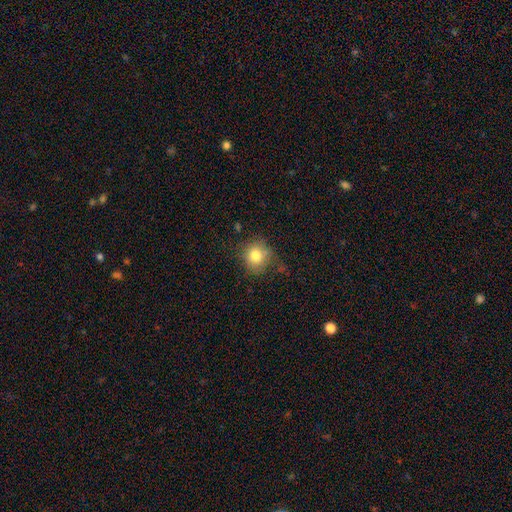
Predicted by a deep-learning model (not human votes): Q: Smooth or featured?
A: smooth (79%); runner-up: star or artifact (11%)
Q: How rounded?
A: round (85%); runner-up: in between (14%)
Q: Merging?
A: none (72%); runner-up: minor disturbance (20%)